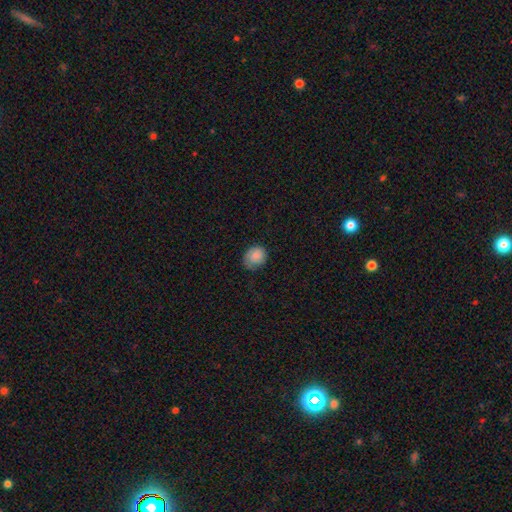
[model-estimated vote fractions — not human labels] Smooth or featured: smooth — 78% (featured or disk — 14%)
How rounded: round — 62% (in between — 37%)
Merging: none — 65% (minor disturbance — 28%)